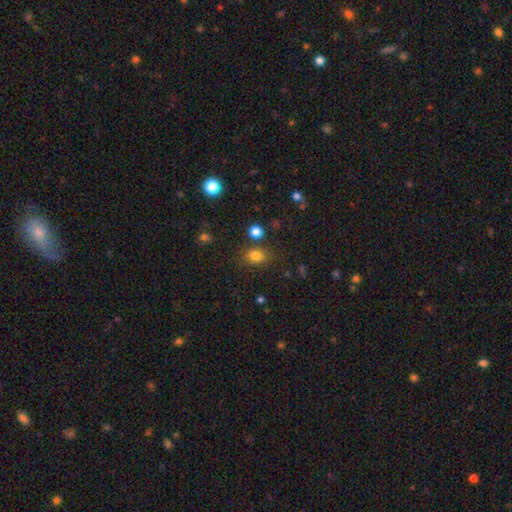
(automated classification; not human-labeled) Smooth or featured? Predicted: smooth (p=0.81). How rounded? Predicted: round (p=0.51). Merging? Predicted: none (p=0.78).